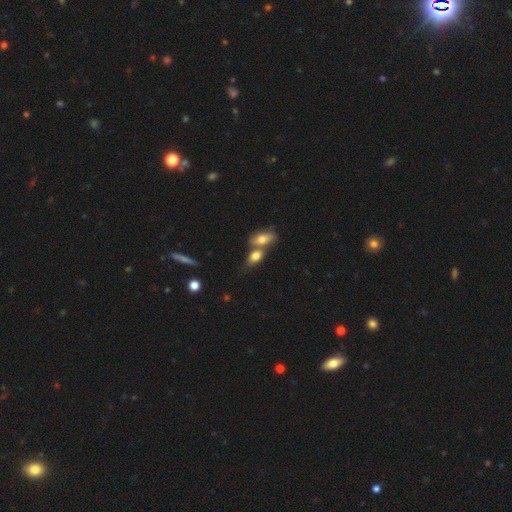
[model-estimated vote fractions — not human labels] The model was most divided on "merging": merger: 54%, none: 32%, minor disturbance: 10%, major disturbance: 4%. More confident: how rounded — in between (82%); smooth or featured — smooth (76%).